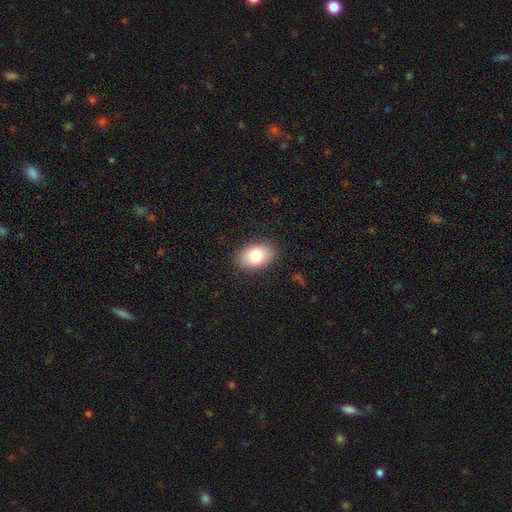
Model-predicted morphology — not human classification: Smooth or featured?
  - smooth: 82% *
  - featured or disk: 11%
  - star or artifact: 7%
How rounded?
  - in between: 88% *
  - round: 11%
  - cigar-shaped: 1%
Merging?
  - none: 88% *
  - minor disturbance: 9%
  - major disturbance: 2%
  - merger: 1%